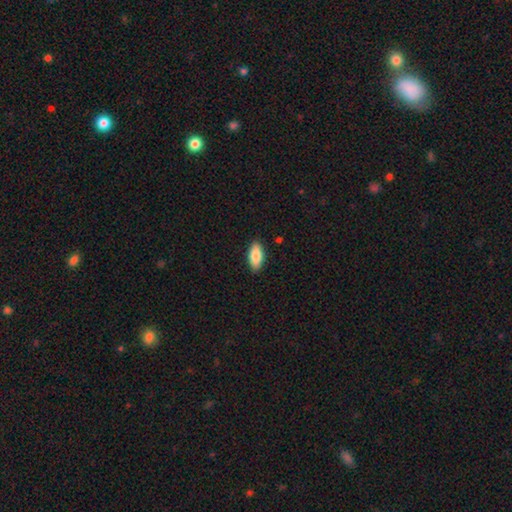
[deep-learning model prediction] Smooth or featured?
  - smooth: 84% *
  - featured or disk: 10%
  - star or artifact: 6%
How rounded?
  - in between: 87% *
  - cigar-shaped: 11%
  - round: 2%
Merging?
  - none: 89% *
  - minor disturbance: 9%
  - major disturbance: 2%
  - merger: 1%